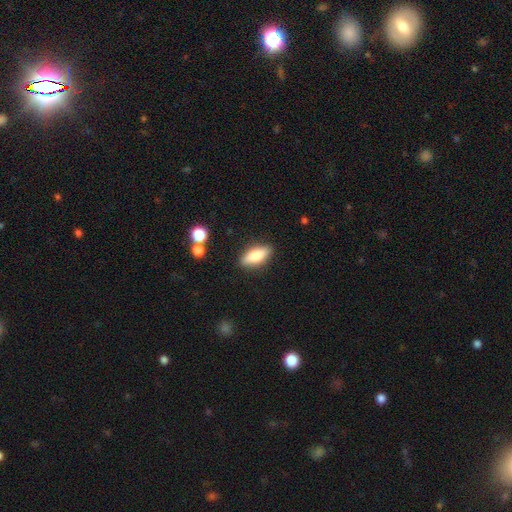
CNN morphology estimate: A smooth galaxy with no disk features (72%) that is in between round and cigar-shaped (73%). Merging: none (87%).